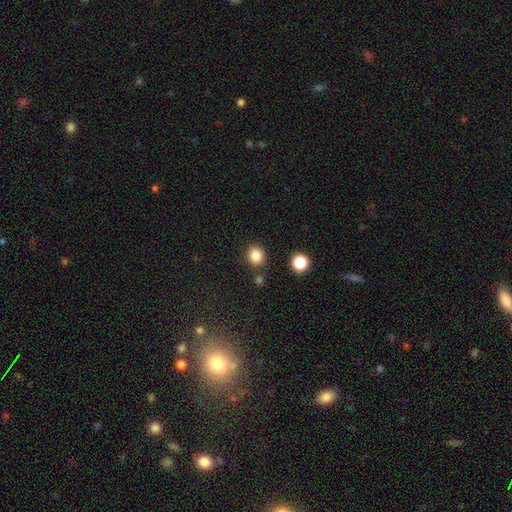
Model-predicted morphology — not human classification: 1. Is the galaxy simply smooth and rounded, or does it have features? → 85% smooth, 11% star or artifact, 4% featured or disk.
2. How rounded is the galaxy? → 79% round, 20% in between, 1% cigar-shaped.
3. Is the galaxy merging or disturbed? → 82% none, 9% minor disturbance, 6% merger, 3% major disturbance.